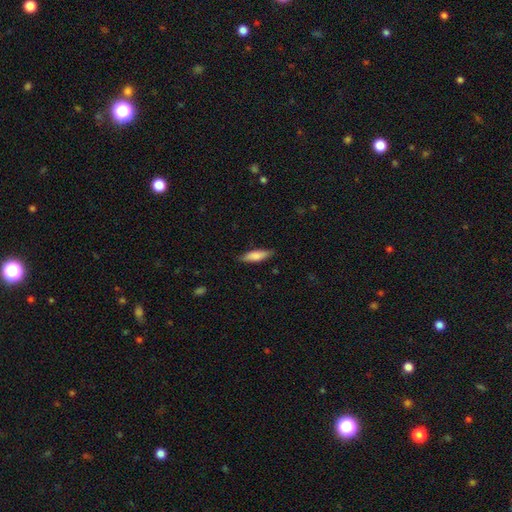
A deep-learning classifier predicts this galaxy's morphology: smooth 79%, featured or disk 15%, star or artifact 6%. Down the decision tree: how rounded — cigar-shaped (57%); merging — none (84%).